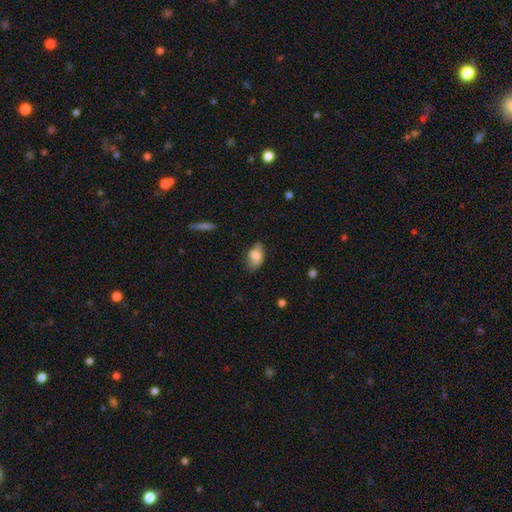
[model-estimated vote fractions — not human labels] Smooth or featured? Predicted: smooth (p=0.77). How rounded? Predicted: in between (p=0.89). Merging? Predicted: none (p=0.64).